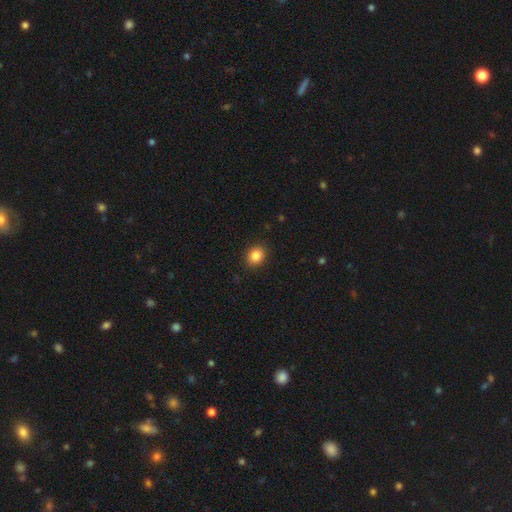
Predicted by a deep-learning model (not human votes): Morphology: type=smooth (86%); roundness=round (61%); merging=none (90%).